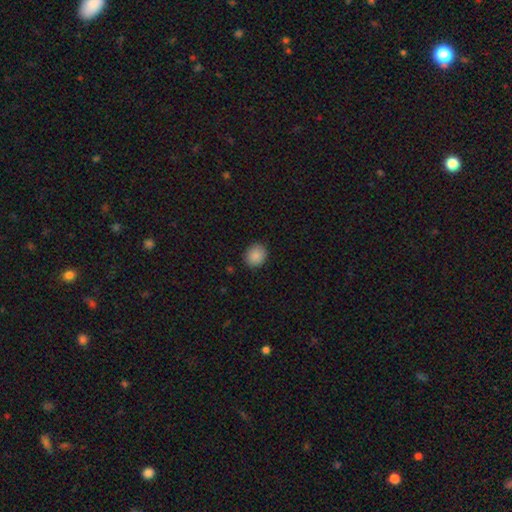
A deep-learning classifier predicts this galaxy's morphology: smooth_or_featured: smooth (p=0.88) [alt: star or artifact p=0.08]
how_rounded: round (p=0.71) [alt: in between p=0.29]
merging: none (p=0.89) [alt: minor disturbance p=0.08]